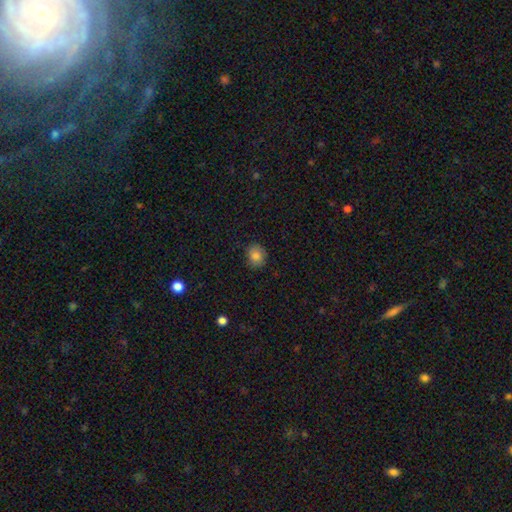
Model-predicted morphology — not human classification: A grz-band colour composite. It shows a smooth galaxy with no disk features (84%) that is round (67%). Merging: none (82%).